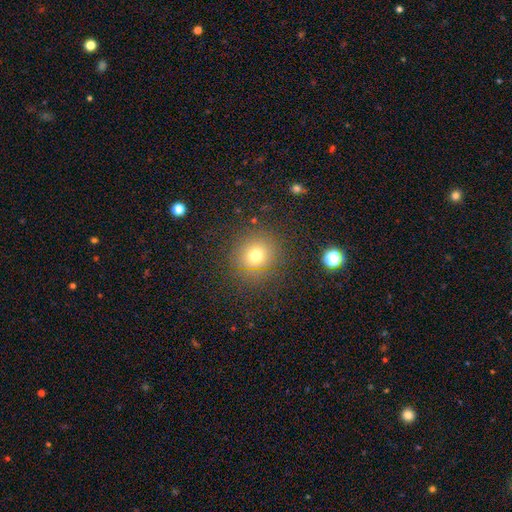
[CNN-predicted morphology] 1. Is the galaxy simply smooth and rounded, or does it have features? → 71% smooth, 19% star or artifact, 10% featured or disk.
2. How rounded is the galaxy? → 88% round, 11% in between, 1% cigar-shaped.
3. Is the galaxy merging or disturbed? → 86% none, 9% minor disturbance, 4% major disturbance, 2% merger.